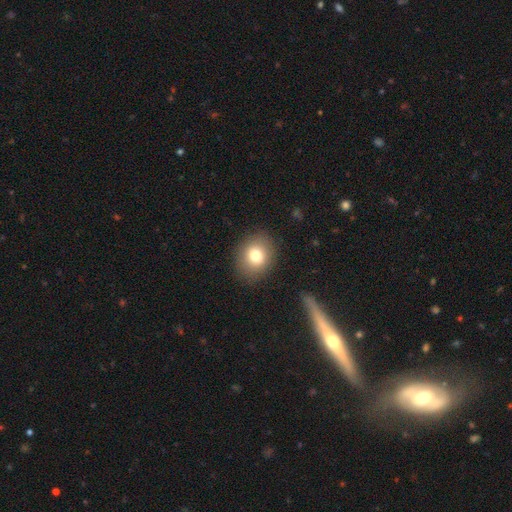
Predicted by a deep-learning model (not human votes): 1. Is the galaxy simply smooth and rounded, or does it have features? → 77% smooth, 12% featured or disk, 11% star or artifact.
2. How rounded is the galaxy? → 63% round, 36% in between, 1% cigar-shaped.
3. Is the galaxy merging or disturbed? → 87% none, 8% minor disturbance, 3% major disturbance, 1% merger.